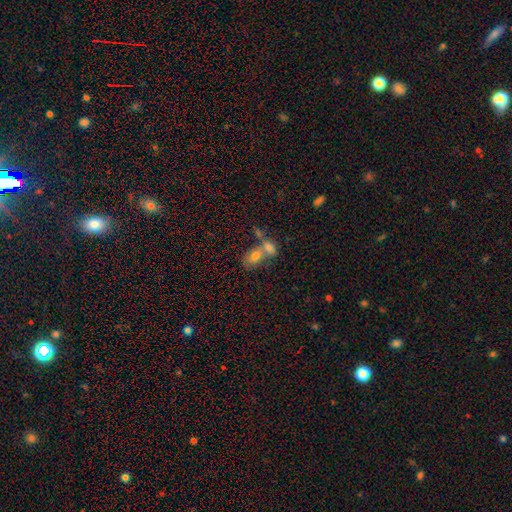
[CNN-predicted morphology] type=smooth (69%); roundness=in between (77%); merging=merger (67%).